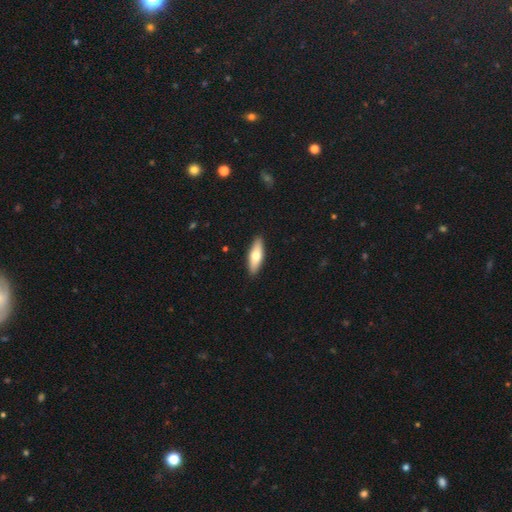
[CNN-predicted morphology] This appears to be a smooth galaxy with no disk features (62%) that is in between round and cigar-shaped (55%). Merging: none (90%).